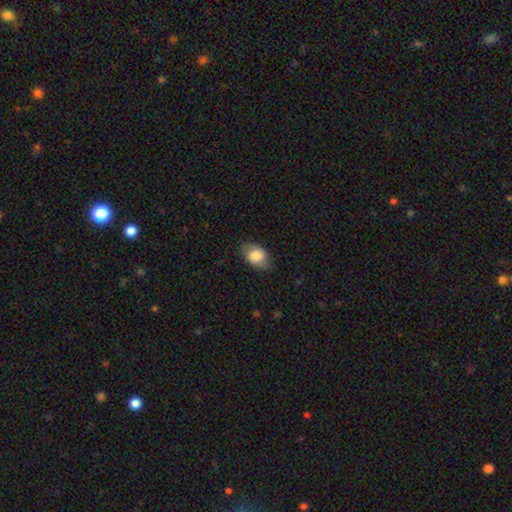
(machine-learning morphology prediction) smooth 80%, featured or disk 13%, star or artifact 7%. Down the decision tree: how rounded — in between (87%); merging — none (79%).